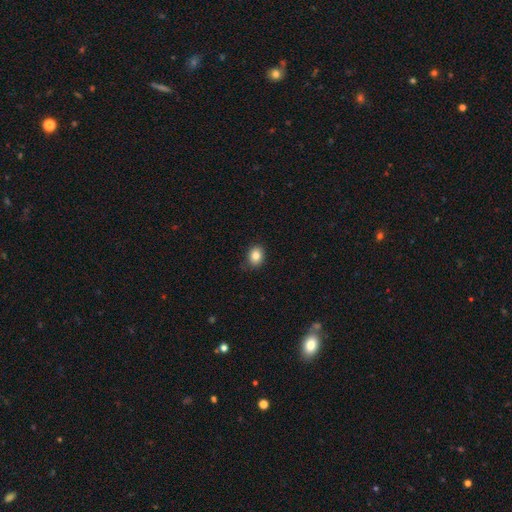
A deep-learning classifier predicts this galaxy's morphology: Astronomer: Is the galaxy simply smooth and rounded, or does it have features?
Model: smooth — 83%.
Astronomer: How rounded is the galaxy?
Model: in between — 50% (runner-up: round, 49%).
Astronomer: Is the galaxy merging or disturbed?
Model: none — 81%.